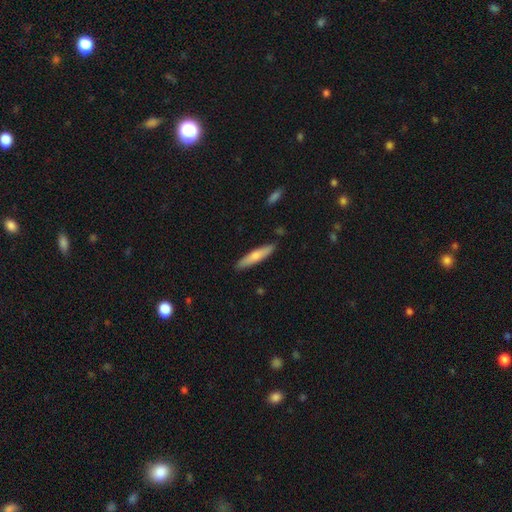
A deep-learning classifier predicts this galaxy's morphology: This is likely a smooth galaxy (69%). How rounded: clearly cigar-shaped (86%). Merging: clearly none (89%).